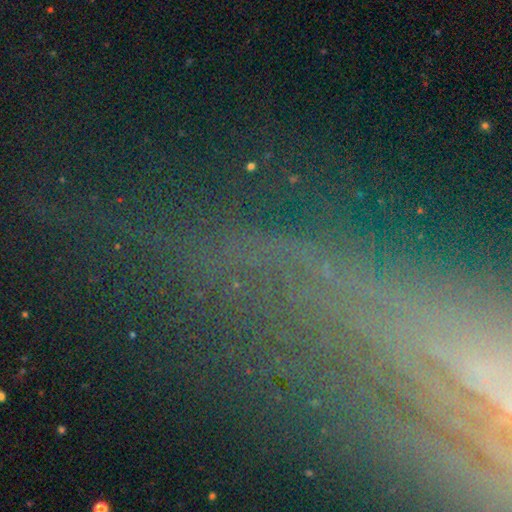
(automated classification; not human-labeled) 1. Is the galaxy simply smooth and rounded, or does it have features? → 63% star or artifact, 23% featured or disk, 14% smooth.